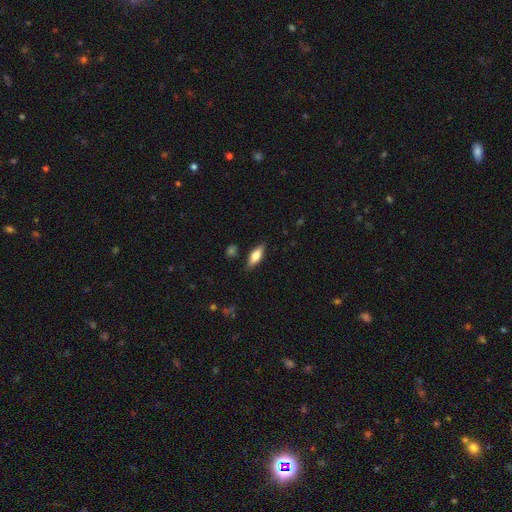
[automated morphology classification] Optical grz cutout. It shows a smooth galaxy with no disk features (69%) that is in between round and cigar-shaped (67%). Merging: none (82%).